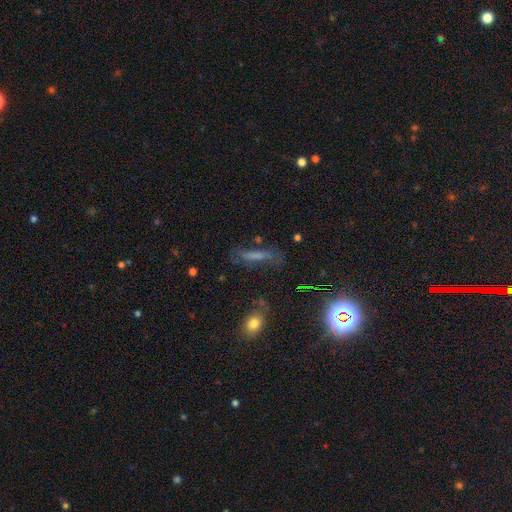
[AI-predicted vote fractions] Overall: smooth (36%; featured or disk 34%). Merging: none (64%).